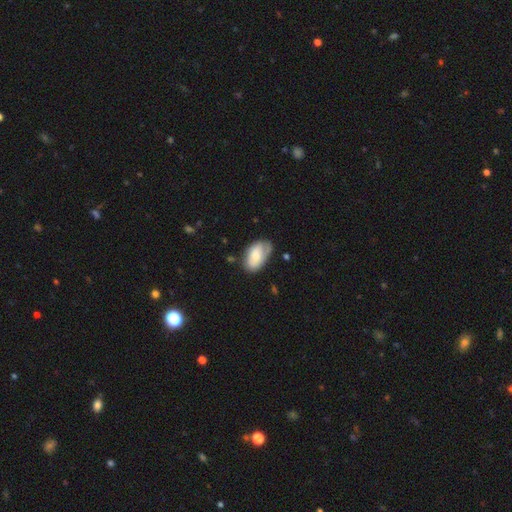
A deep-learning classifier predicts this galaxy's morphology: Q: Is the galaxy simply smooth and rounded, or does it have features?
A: smooth — 65%.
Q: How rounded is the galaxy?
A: in between — 93%.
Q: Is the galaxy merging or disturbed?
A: none — 54%.